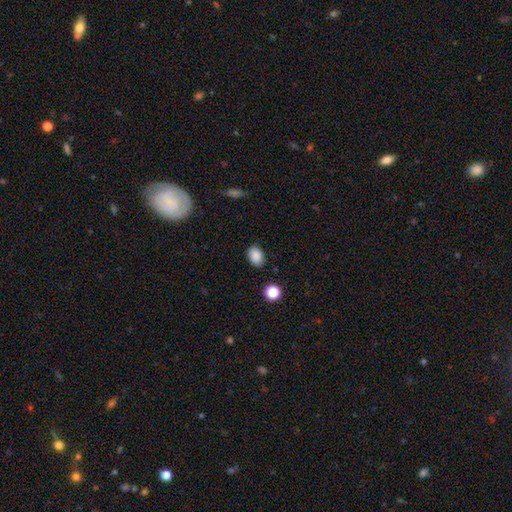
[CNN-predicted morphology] Smooth or featured? Predicted: smooth (p=0.86). How rounded? Predicted: in between (p=0.74). Merging? Predicted: none (p=0.83).